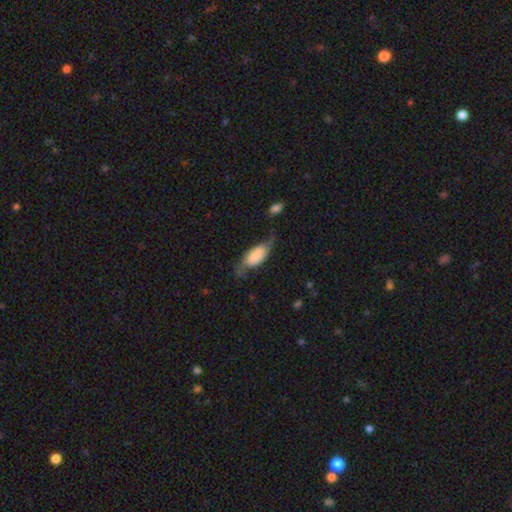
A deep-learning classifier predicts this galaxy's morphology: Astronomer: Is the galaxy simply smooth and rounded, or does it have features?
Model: smooth — 49% (runner-up: featured or disk, 44%).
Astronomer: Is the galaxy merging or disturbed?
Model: none — 47% (runner-up: minor disturbance, 29%).